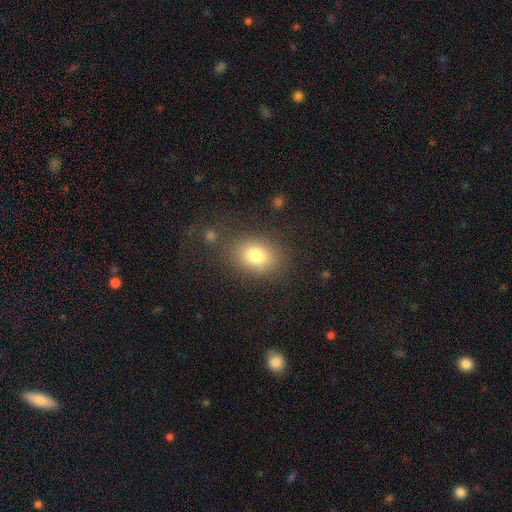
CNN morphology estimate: Smooth or featured: smooth — 79% (star or artifact — 11%)
How rounded: in between — 62% (round — 37%)
Merging: none — 80% (minor disturbance — 12%)